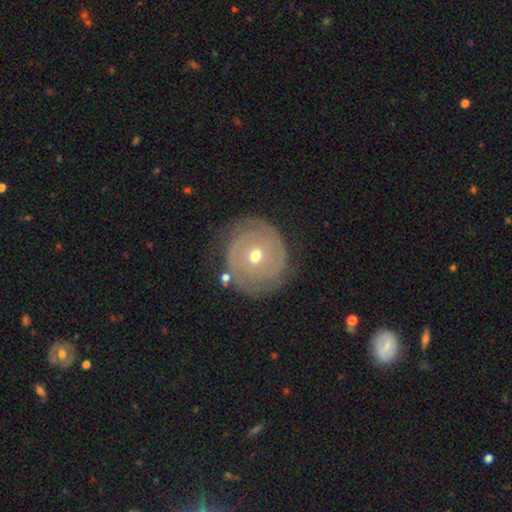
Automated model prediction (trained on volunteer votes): smooth-or-featured: featured or disk: 74% | smooth: 19% | star or artifact: 7%
  disk-edge-on: no: 97% | yes: 3%
    bar: no: 73% | weak: 22% | strong: 6%
    has-spiral-arms: yes: 84% | no: 16%
      spiral-winding: tight: 75% | medium: 18% | loose: 7%
      spiral-arm-count: 2: 50% | can't tell: 26% | 3: 10% | 1: 6% | 4: 4% | more than 4: 4%
    bulge-size: moderate: 63% | small: 33% | large: 2% | dominant: 1% | none: 1%
  merging: none: 72% | minor disturbance: 17% | major disturbance: 7% | merger: 4%